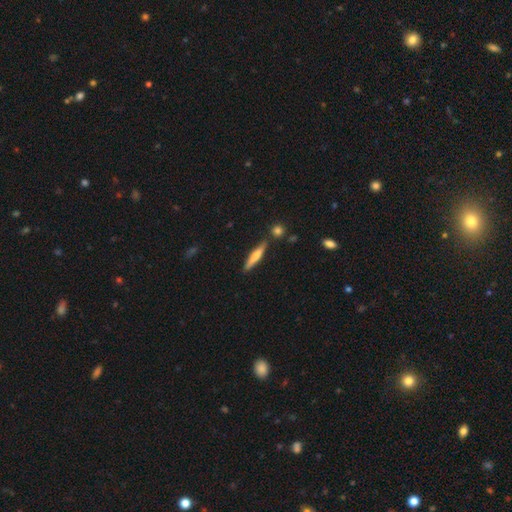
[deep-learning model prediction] This is possibly a smooth galaxy (54%). How rounded: clearly cigar-shaped (89%). Merging: clearly none (83%).